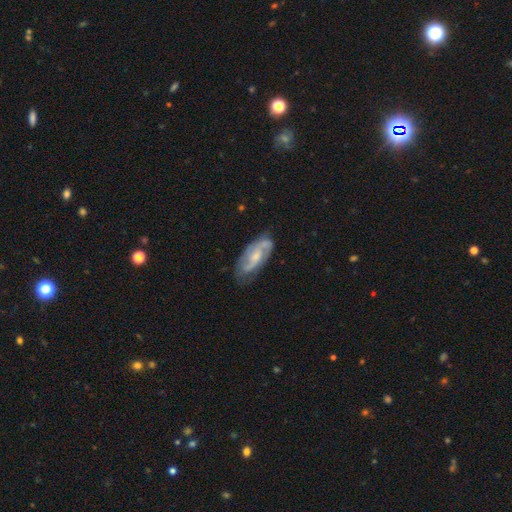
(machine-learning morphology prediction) A featured or disk galaxy (74%) with a weak bar (45%), 2 (76%) medium (46%) spiral arms (90%) and a moderate central bulge (45%).

Vote fractions:
- Smooth or featured? featured or disk: 74% / smooth: 21% / star or artifact: 6%
- Edge-on disk? no: 92% / yes: 8%
- Bar? weak: 45% / no: 40% / strong: 15%
- Spiral arms? yes: 90% / no: 10%
- Spiral winding? medium: 46% / loose: 28% / tight: 26%
- Spiral arm count? 2: 76% / can't tell: 14% / 3: 4% / 1: 3% / 4: 1% / more than 4: 1%
- Bulge size? moderate: 45% / small: 44% / none: 7% / large: 3% / dominant: 1%
- Merging? none: 70% / minor disturbance: 21% / major disturbance: 6% / merger: 2%